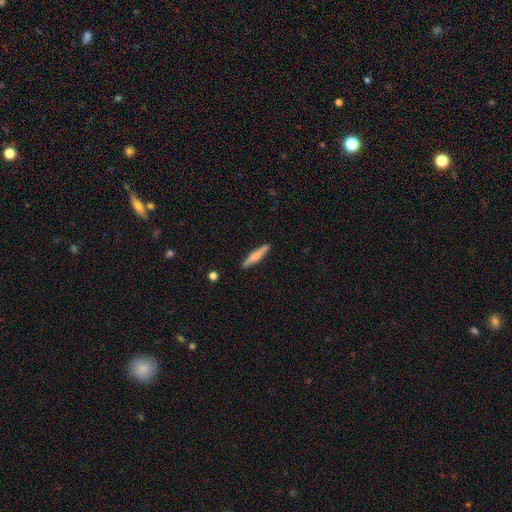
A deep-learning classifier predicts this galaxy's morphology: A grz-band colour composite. It shows a smooth galaxy with no disk features (58%) that is cigar-shaped (91%). Merging: none (90%).